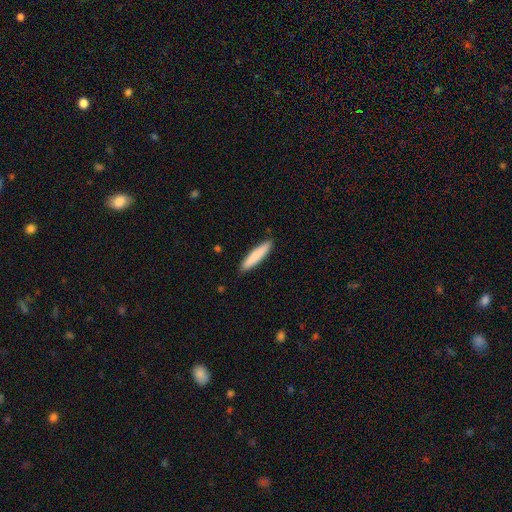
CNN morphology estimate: This appears to be a smooth galaxy with no disk features (82%) that is cigar-shaped (87%). Merging: none (89%).